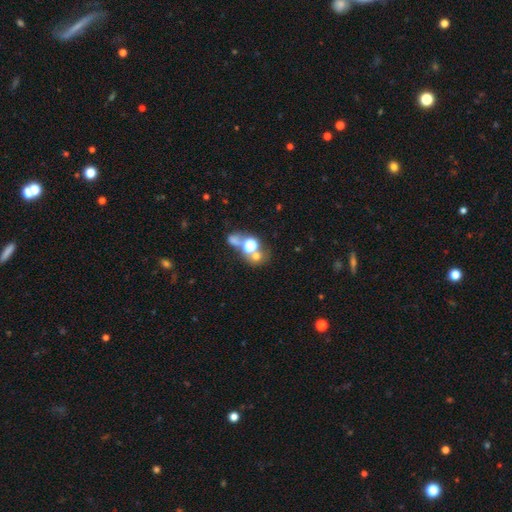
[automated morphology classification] Overall: smooth (56%; star or artifact 30%). How rounded: round (75%). Merging: none (48%; merger 36%).